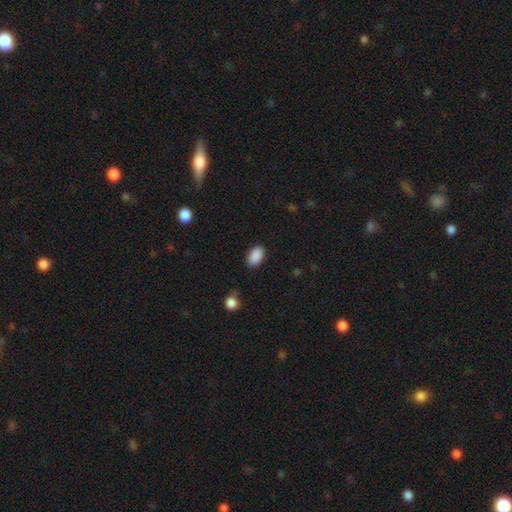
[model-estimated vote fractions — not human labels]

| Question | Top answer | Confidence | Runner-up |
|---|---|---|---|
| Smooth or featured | smooth | 90% | star or artifact (7%) |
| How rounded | in between | 91% | round (8%) |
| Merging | none | 86% | minor disturbance (10%) |